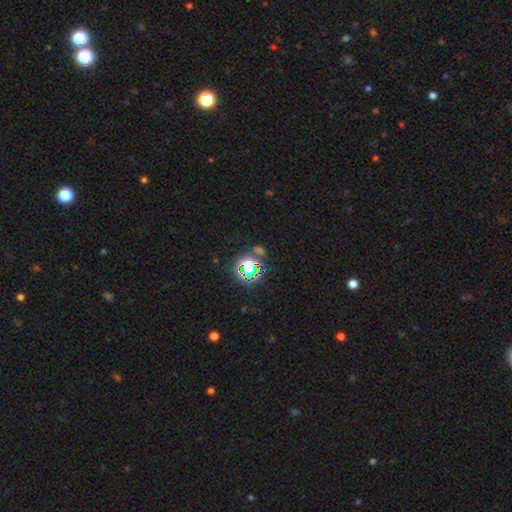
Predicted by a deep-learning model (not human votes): The model was most divided on "smooth or featured": star or artifact: 71%, smooth: 21%, featured or disk: 8%.